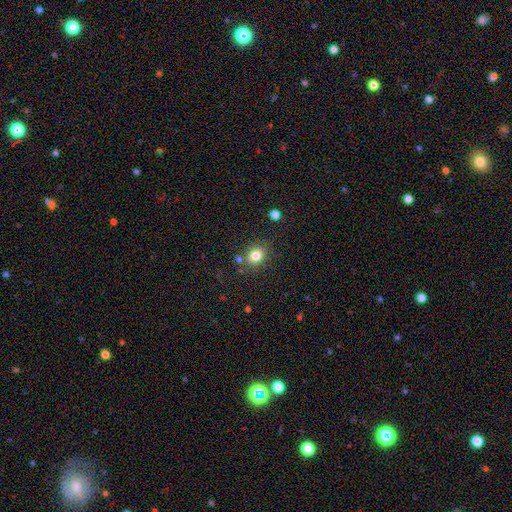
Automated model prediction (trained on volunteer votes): This appears to be a smooth galaxy with no disk features (80%) that is round (63%). Merging: none (78%).